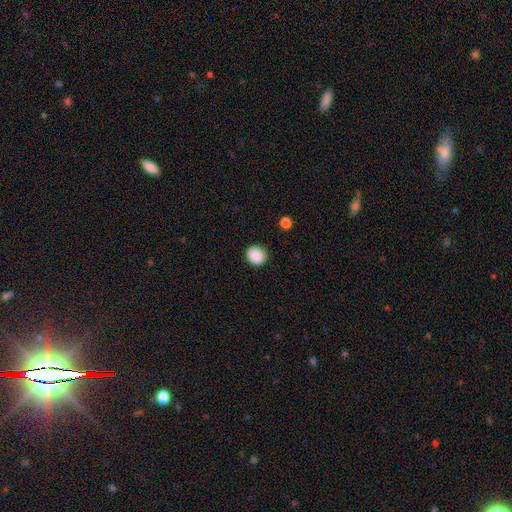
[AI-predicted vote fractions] Q: Smooth or featured?
A: smooth (89%); runner-up: star or artifact (9%)
Q: How rounded?
A: round (81%); runner-up: in between (18%)
Q: Merging?
A: none (88%); runner-up: minor disturbance (8%)